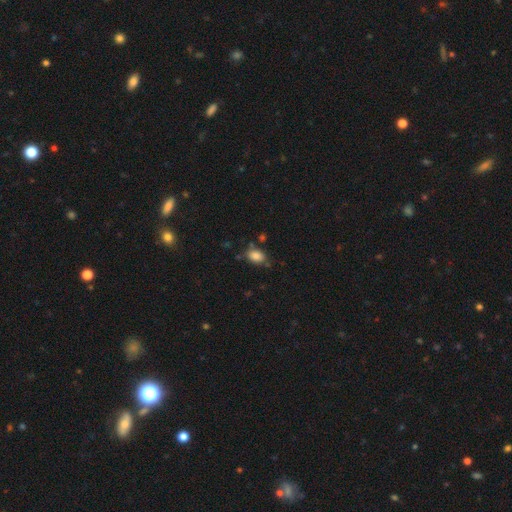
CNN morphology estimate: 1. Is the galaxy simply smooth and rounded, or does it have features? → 84% smooth, 10% star or artifact, 6% featured or disk.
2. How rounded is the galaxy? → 79% in between, 20% round, 1% cigar-shaped.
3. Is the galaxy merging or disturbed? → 71% none, 18% minor disturbance, 6% merger, 5% major disturbance.